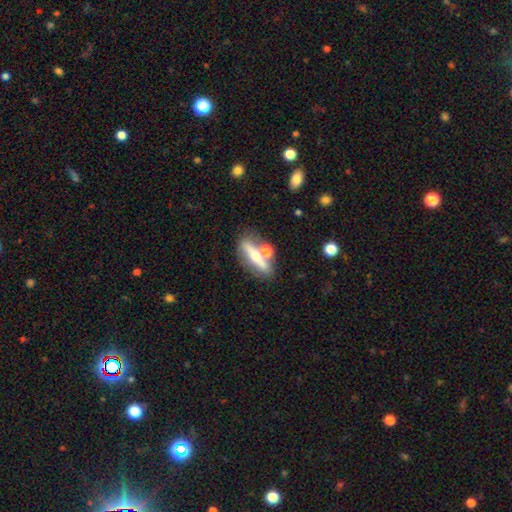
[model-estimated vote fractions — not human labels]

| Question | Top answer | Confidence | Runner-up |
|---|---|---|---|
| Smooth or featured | featured or disk | 57% | smooth (34%) |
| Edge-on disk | yes | 69% | no (31%) |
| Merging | none | 61% | merger (22%) |